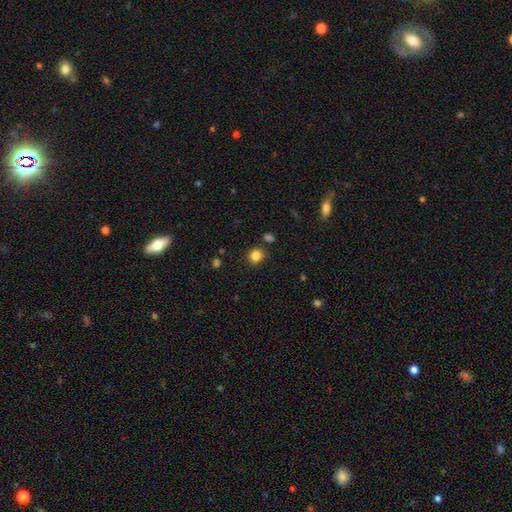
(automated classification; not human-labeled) smooth_or_featured: smooth (p=0.84) [alt: star or artifact p=0.12]
how_rounded: round (p=0.82) [alt: in between p=0.17]
merging: none (p=0.86) [alt: minor disturbance p=0.08]